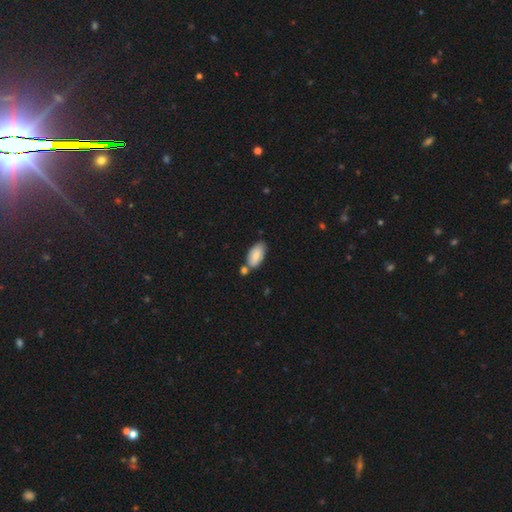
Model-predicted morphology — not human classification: type=smooth (82%); roundness=in between (93%); merging=none (62%).